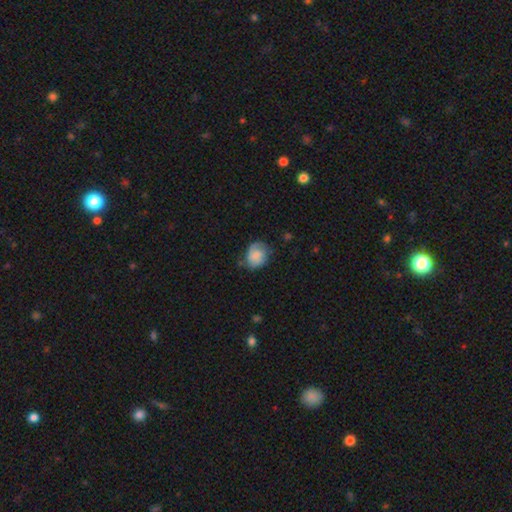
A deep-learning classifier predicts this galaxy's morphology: This is possibly a smooth galaxy (51%). How rounded: possibly round (54%). Merging: possibly none (57%).